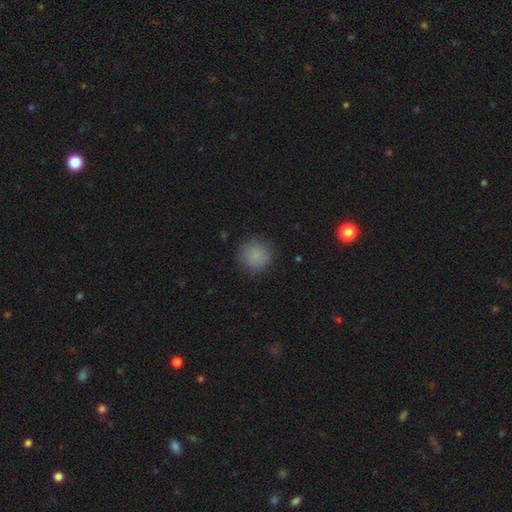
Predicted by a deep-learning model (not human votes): Smooth or featured: smooth — 85% (star or artifact — 10%)
How rounded: round — 93% (in between — 6%)
Merging: none — 86% (minor disturbance — 10%)